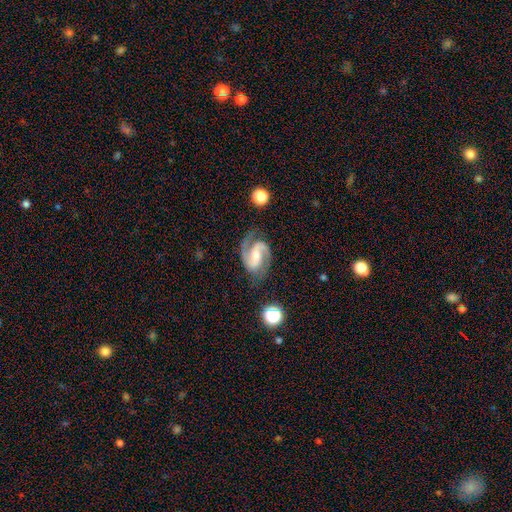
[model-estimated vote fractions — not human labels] Q: Smooth or featured?
A: featured or disk (91%); runner-up: star or artifact (5%)
Q: Edge-on disk?
A: no (98%); runner-up: yes (2%)
Q: Bar?
A: weak (45%); runner-up: no (32%)
Q: Spiral arms?
A: yes (98%); runner-up: no (2%)
Q: Spiral winding?
A: medium (61%); runner-up: tight (22%)
Q: Spiral arm count?
A: 2 (93%); runner-up: can't tell (2%)
Q: Bulge size?
A: moderate (48%); runner-up: small (41%)
Q: Merging?
A: none (75%); runner-up: minor disturbance (16%)